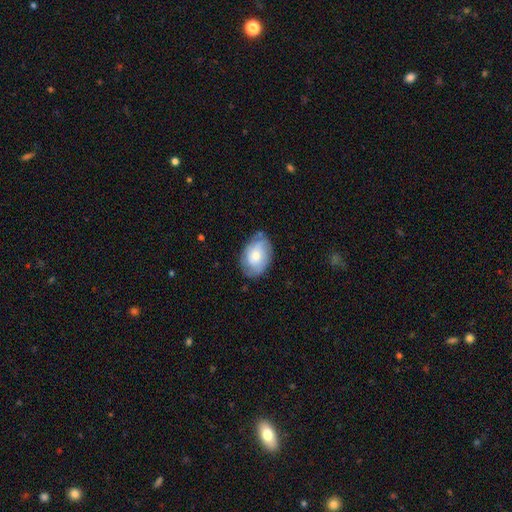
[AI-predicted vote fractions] Q: Smooth or featured?
A: smooth (52%); runner-up: featured or disk (41%)
Q: How rounded?
A: in between (81%); runner-up: round (18%)
Q: Merging?
A: none (69%); runner-up: minor disturbance (24%)